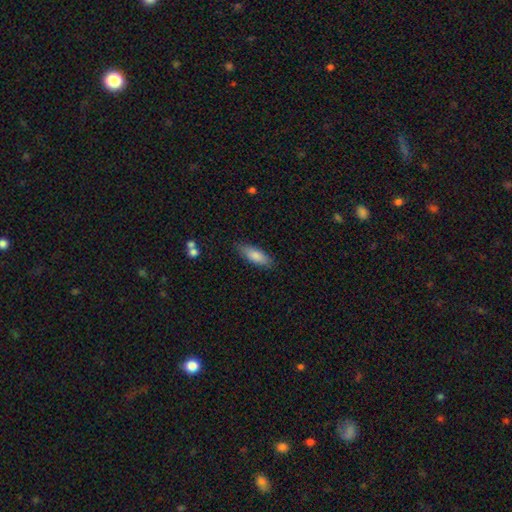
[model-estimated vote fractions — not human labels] This appears to be a smooth galaxy with no disk features (83%) that is in between round and cigar-shaped (65%). Merging: none (84%).